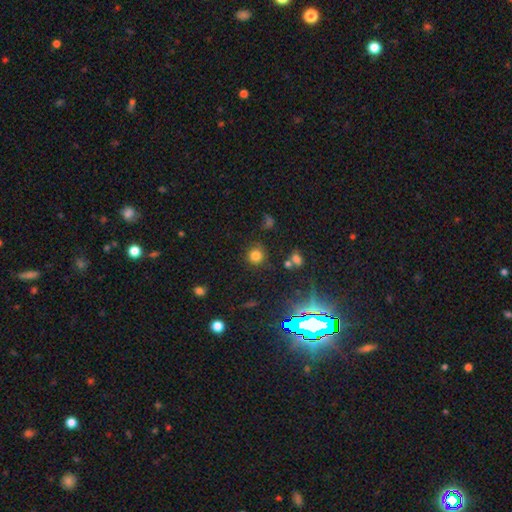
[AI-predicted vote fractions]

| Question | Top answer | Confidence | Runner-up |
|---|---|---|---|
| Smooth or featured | smooth | 76% | star or artifact (18%) |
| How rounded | round | 91% | in between (8%) |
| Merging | none | 82% | minor disturbance (10%) |